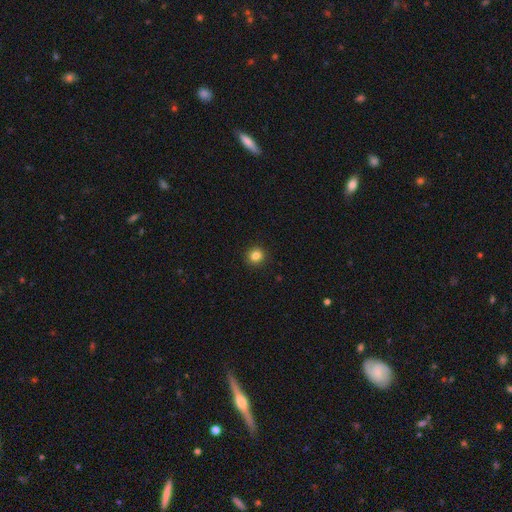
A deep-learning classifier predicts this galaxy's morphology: This is clearly a smooth galaxy (84%). How rounded: clearly round (92%). Merging: clearly none (93%).